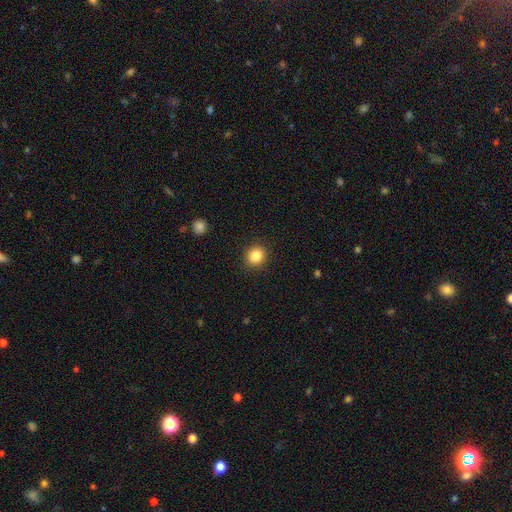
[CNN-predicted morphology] type=smooth (86%); roundness=round (78%); merging=none (90%).